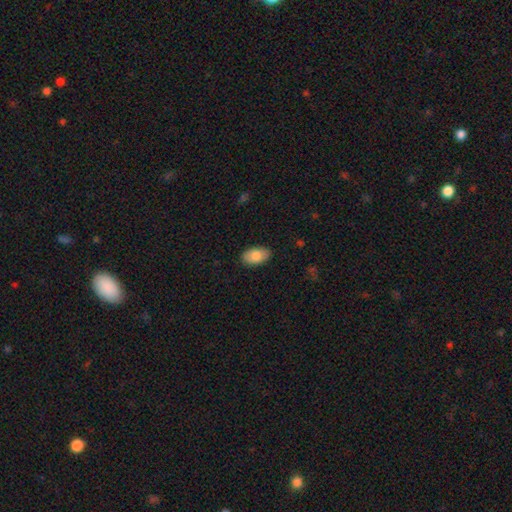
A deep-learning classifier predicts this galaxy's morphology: Smooth or featured: smooth — 81% (featured or disk — 13%)
How rounded: in between — 94% (round — 5%)
Merging: none — 86% (minor disturbance — 10%)